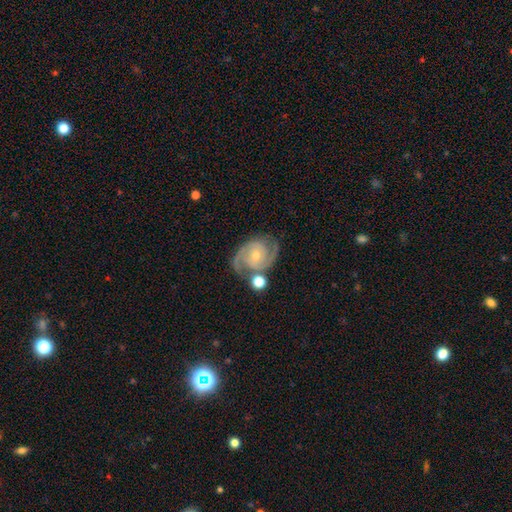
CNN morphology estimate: Q: Smooth or featured?
A: featured or disk (89%); runner-up: smooth (6%)
Q: Edge-on disk?
A: no (98%); runner-up: yes (2%)
Q: Bar?
A: no (59%); runner-up: weak (32%)
Q: Spiral arms?
A: yes (98%); runner-up: no (2%)
Q: Spiral winding?
A: medium (52%); runner-up: tight (39%)
Q: Spiral arm count?
A: 2 (88%); runner-up: 3 (5%)
Q: Bulge size?
A: small (58%); runner-up: moderate (37%)
Q: Merging?
A: none (70%); runner-up: minor disturbance (14%)